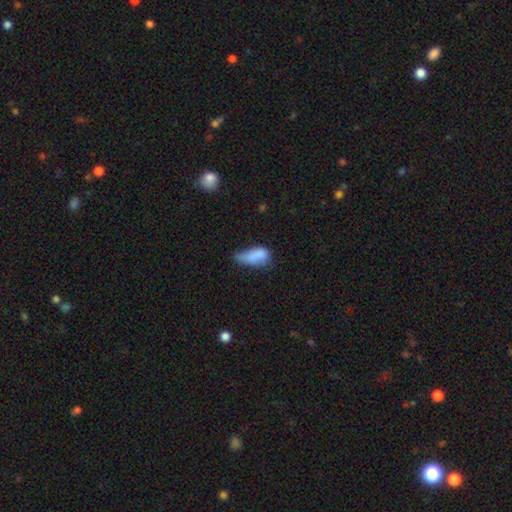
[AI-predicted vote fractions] smooth_or_featured: smooth (p=0.76) [alt: featured or disk p=0.14]
how_rounded: in between (p=0.83) [alt: cigar-shaped p=0.13]
merging: minor disturbance (p=0.40) [alt: major disturbance p=0.27]